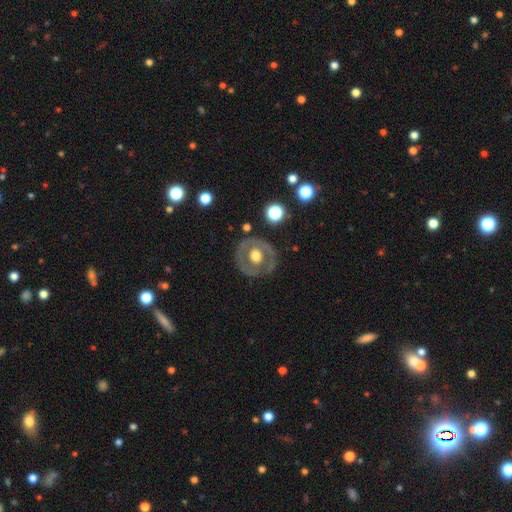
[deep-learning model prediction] Q: Smooth or featured?
A: featured or disk (58%); runner-up: smooth (36%)
Q: Edge-on disk?
A: no (95%); runner-up: yes (5%)
Q: Bar?
A: no (86%); runner-up: weak (10%)
Q: Spiral arms?
A: no (85%); runner-up: yes (15%)
Q: Bulge size?
A: moderate (50%); runner-up: large (42%)
Q: Merging?
A: none (79%); runner-up: minor disturbance (13%)